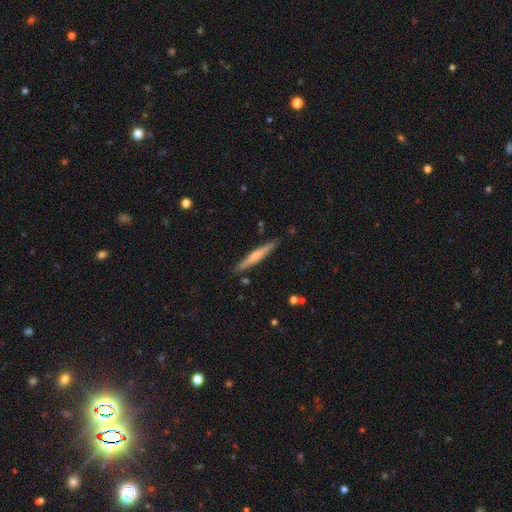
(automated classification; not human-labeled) Smooth or featured? Predicted: smooth (p=0.50). Merging? Predicted: none (p=0.89).